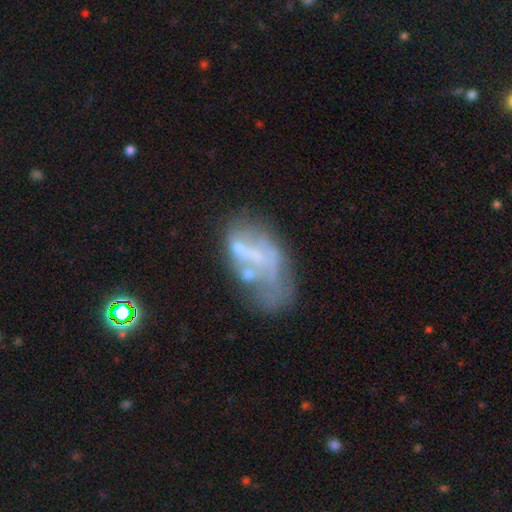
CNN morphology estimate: smooth-or-featured: featured or disk: 60% | smooth: 27% | star or artifact: 12%
  disk-edge-on: no: 96% | yes: 4%
    bar: no: 68% | weak: 21% | strong: 11%
    has-spiral-arms: no: 81% | yes: 19%
    bulge-size: none: 60% | small: 23% | moderate: 13% | large: 2% | dominant: 1%
  merging: major disturbance: 33% | none: 28% | minor disturbance: 21% | merger: 18%